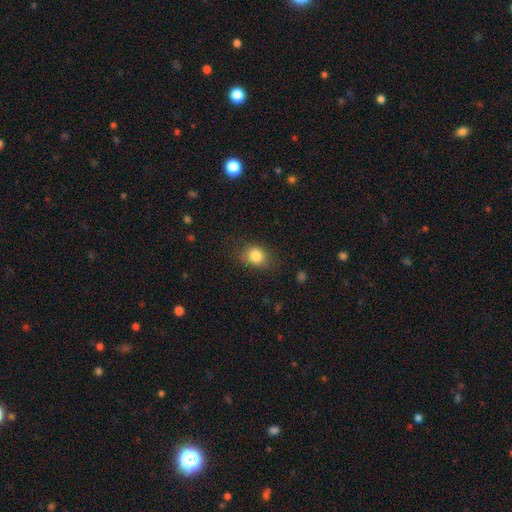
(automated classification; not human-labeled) A smooth galaxy with no disk features (83%) that is round (52%).

Vote fractions:
- Smooth or featured? smooth: 83% / star or artifact: 10% / featured or disk: 7%
- How rounded? round: 52% / in between: 47% / cigar-shaped: 1%
- Merging? none: 70% / minor disturbance: 21% / major disturbance: 7% / merger: 1%